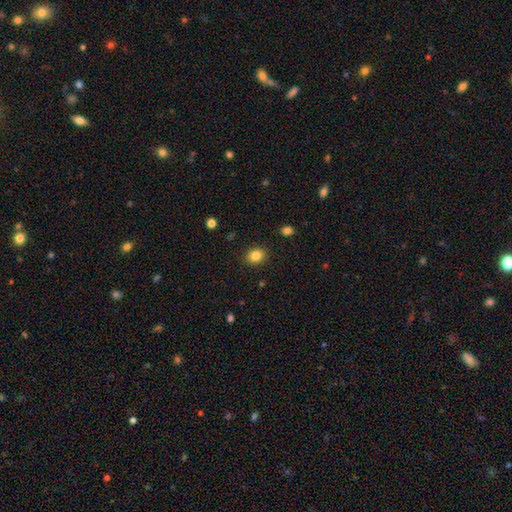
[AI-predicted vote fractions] Q: Smooth or featured?
A: smooth (84%); runner-up: star or artifact (10%)
Q: How rounded?
A: round (52%); runner-up: in between (47%)
Q: Merging?
A: none (89%); runner-up: minor disturbance (8%)